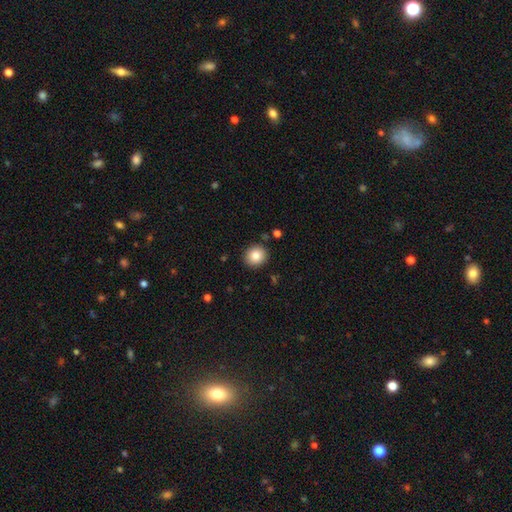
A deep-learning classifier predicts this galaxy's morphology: smooth_or_featured: smooth (p=0.84) [alt: star or artifact p=0.09]
how_rounded: round (p=0.88) [alt: in between p=0.11]
merging: none (p=0.90) [alt: minor disturbance p=0.07]